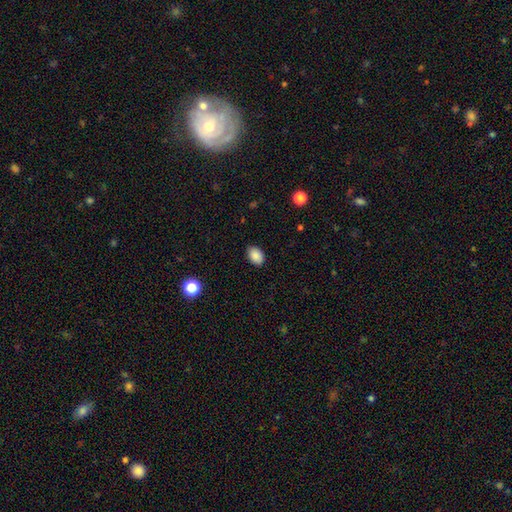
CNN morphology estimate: Q: Smooth or featured?
A: smooth (88%); runner-up: star or artifact (8%)
Q: How rounded?
A: in between (82%); runner-up: round (17%)
Q: Merging?
A: none (87%); runner-up: minor disturbance (10%)